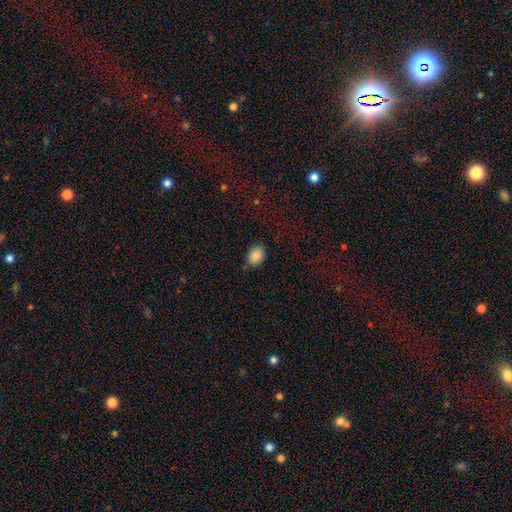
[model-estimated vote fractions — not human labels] Morphology: type=smooth (86%); roundness=in between (67%); merging=none (73%).